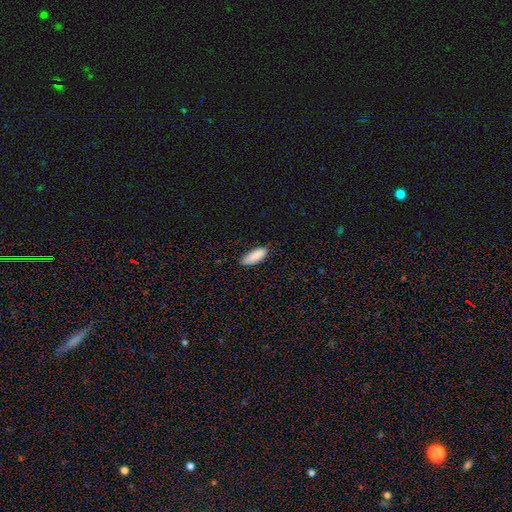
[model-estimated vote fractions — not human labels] The model was most divided on "how rounded": in between: 72%, cigar-shaped: 27%, round: 2%. More confident: smooth or featured — smooth (89%); merging — none (82%).